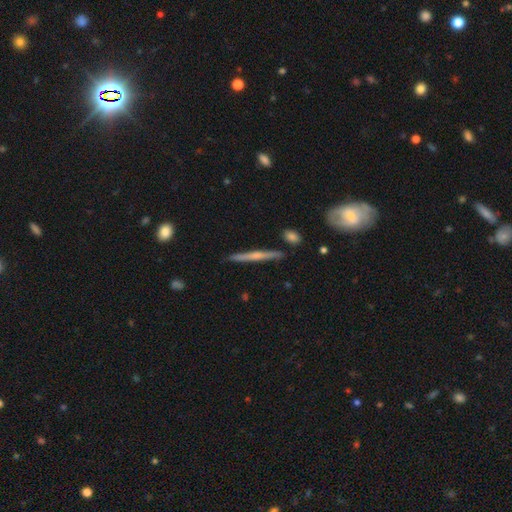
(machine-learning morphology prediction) featured or disk 63%, smooth 31%, star or artifact 6%. Down the decision tree: edge-on disk — yes (97%); edge-on bulge — rounded (58%); merging — none (89%).